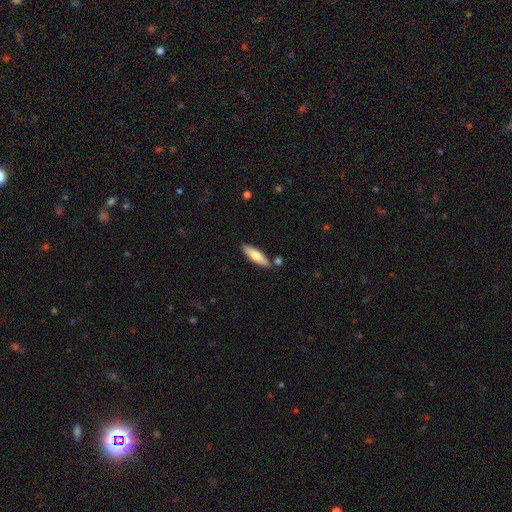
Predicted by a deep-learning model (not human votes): The model was most divided on "how rounded": cigar-shaped: 60%, in between: 38%, round: 2%. More confident: merging — none (83%); smooth or featured — smooth (68%).